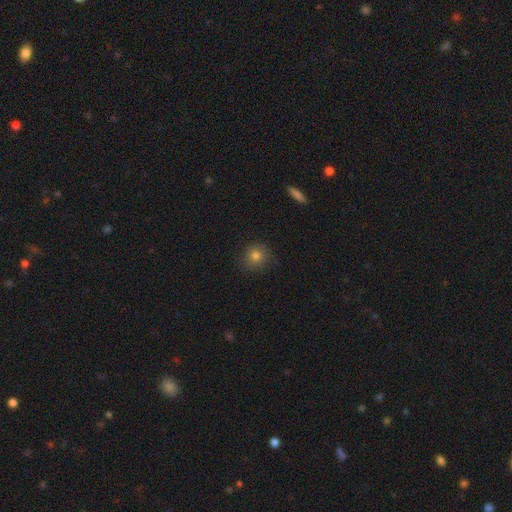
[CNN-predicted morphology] This is likely a smooth galaxy (79%). How rounded: clearly round (88%). Merging: clearly none (84%).